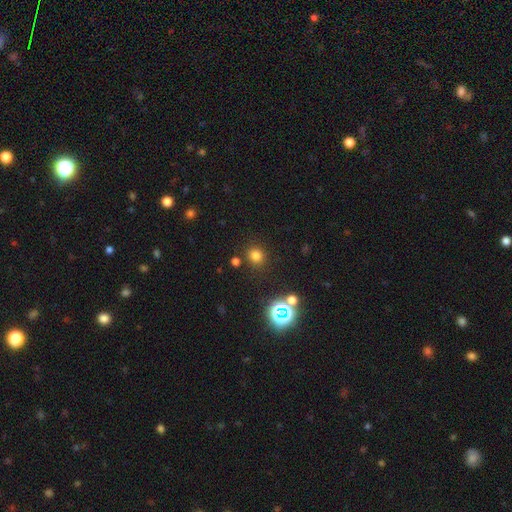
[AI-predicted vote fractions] Smooth or featured: smooth — 74% (star or artifact — 21%)
How rounded: round — 89% (in between — 10%)
Merging: none — 86% (minor disturbance — 7%)